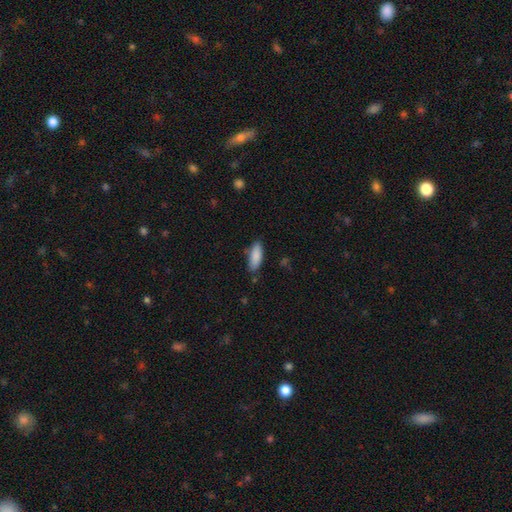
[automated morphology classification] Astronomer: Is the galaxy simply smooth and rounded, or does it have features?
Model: smooth — 88%.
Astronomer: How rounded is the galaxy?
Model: in between — 66%.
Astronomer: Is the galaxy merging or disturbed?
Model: none — 80%.